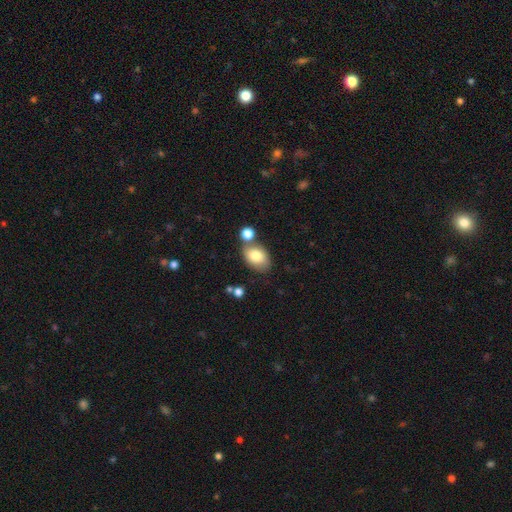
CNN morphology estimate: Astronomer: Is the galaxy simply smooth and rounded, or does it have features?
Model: smooth — 79%.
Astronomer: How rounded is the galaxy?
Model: in between — 84%.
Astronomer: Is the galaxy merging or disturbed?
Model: none — 60%.